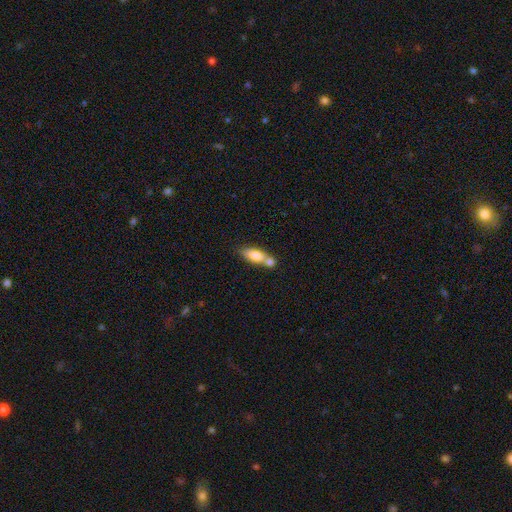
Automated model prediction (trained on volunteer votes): Smooth or featured? smooth (74%)
How rounded? in between (70%)
Merging? merger (50%)